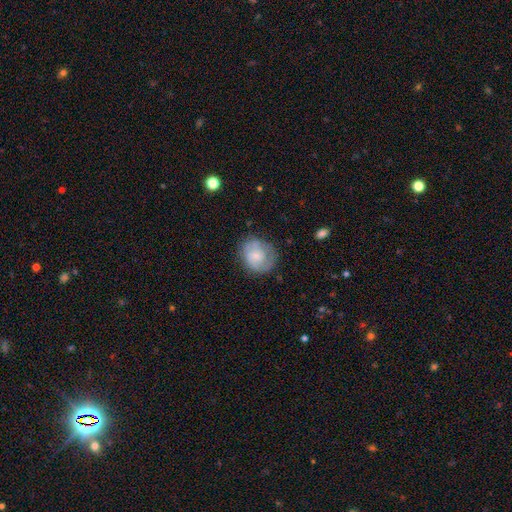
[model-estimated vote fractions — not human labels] Q: Smooth or featured?
A: smooth (51%); runner-up: featured or disk (42%)
Q: How rounded?
A: round (70%); runner-up: in between (29%)
Q: Merging?
A: none (65%); runner-up: minor disturbance (22%)